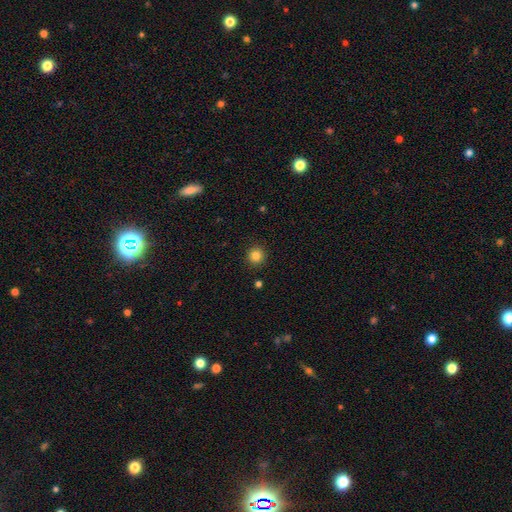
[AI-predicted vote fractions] A smooth galaxy with no disk features (84%) that is round (94%).

Vote fractions:
- Smooth or featured? smooth: 84% / star or artifact: 12% / featured or disk: 5%
- How rounded? round: 94% / in between: 5% / cigar-shaped: 1%
- Merging? none: 91% / minor disturbance: 6% / major disturbance: 2% / merger: 1%